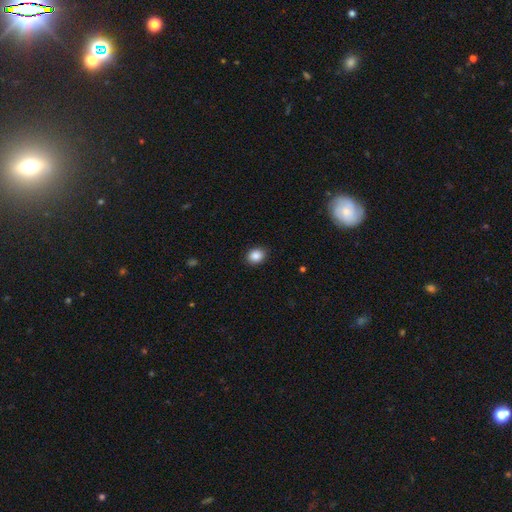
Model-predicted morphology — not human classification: Smooth or featured? smooth (87%)
How rounded? in between (50%)
Merging? none (90%)